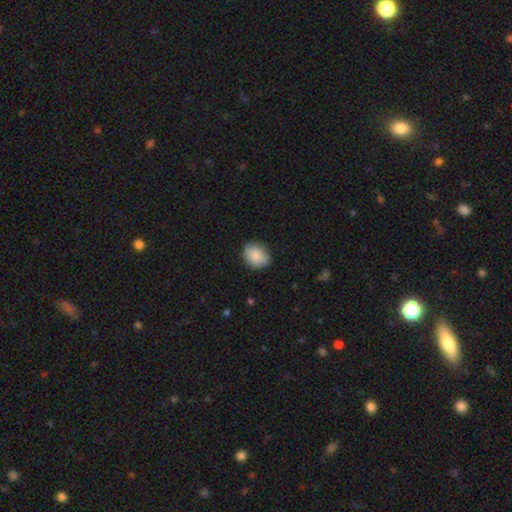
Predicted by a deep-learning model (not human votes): This appears to be a smooth galaxy with no disk features (87%) that is in between round and cigar-shaped (50%). Merging: none (83%).